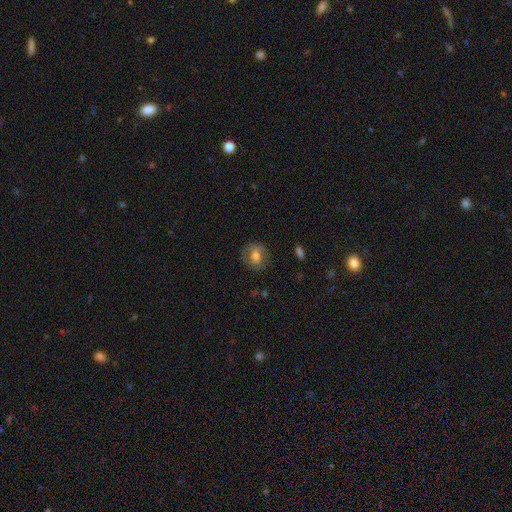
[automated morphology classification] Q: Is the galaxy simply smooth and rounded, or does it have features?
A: smooth — 61%.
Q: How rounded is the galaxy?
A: round — 74%.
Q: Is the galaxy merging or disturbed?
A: none — 79%.